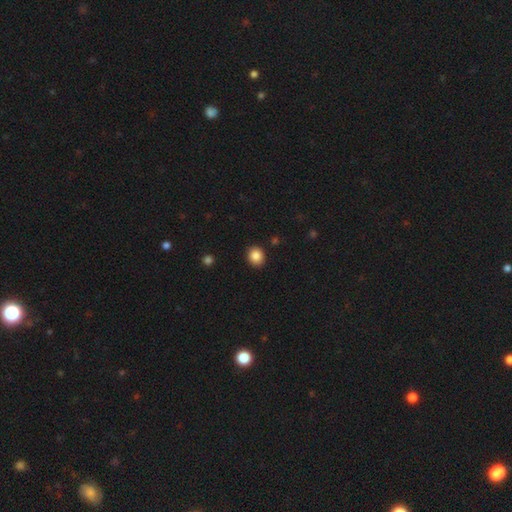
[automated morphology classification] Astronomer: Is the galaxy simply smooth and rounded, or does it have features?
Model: smooth — 86%.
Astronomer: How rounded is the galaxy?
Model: round — 74%.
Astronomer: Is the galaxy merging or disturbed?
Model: none — 90%.